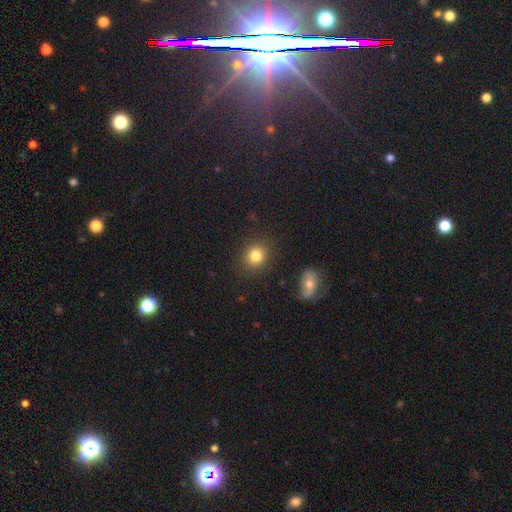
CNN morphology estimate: This appears to be a smooth galaxy with no disk features (82%) that is round (75%). Merging: none (86%).